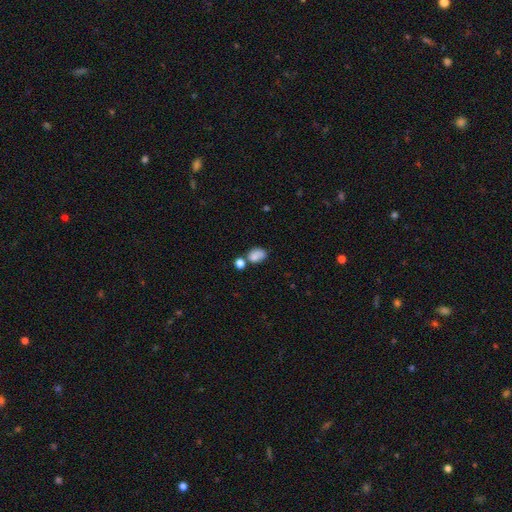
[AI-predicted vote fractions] smooth 81%, star or artifact 10%, featured or disk 9%. Down the decision tree: how rounded — in between (73%); merging — none (49%).